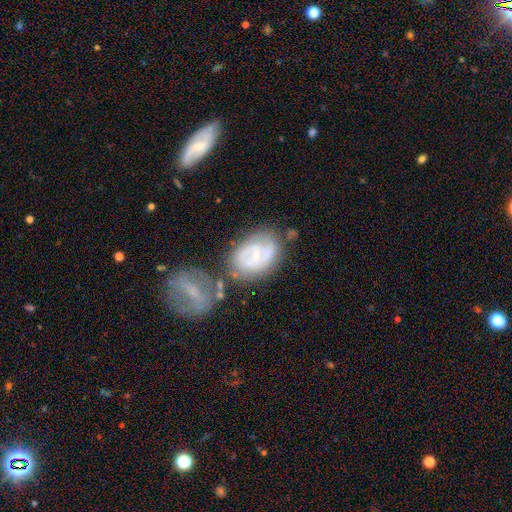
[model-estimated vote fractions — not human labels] A featured or disk galaxy (73%) with no bar (45%), 2 (57%) tight (49%) spiral arms (86%) and a small central bulge (66%).

Vote fractions:
- Smooth or featured? featured or disk: 73% / smooth: 21% / star or artifact: 6%
- Edge-on disk? no: 97% / yes: 3%
- Bar? no: 45% / weak: 43% / strong: 12%
- Spiral arms? yes: 86% / no: 14%
- Spiral winding? tight: 49% / medium: 37% / loose: 14%
- Spiral arm count? 2: 57% / can't tell: 24% / 1: 8% / 3: 7% / 4: 2% / more than 4: 2%
- Bulge size? small: 66% / moderate: 24% / none: 7% / large: 2% / dominant: 1%
- Merging? none: 54% / minor disturbance: 19% / merger: 18% / major disturbance: 9%